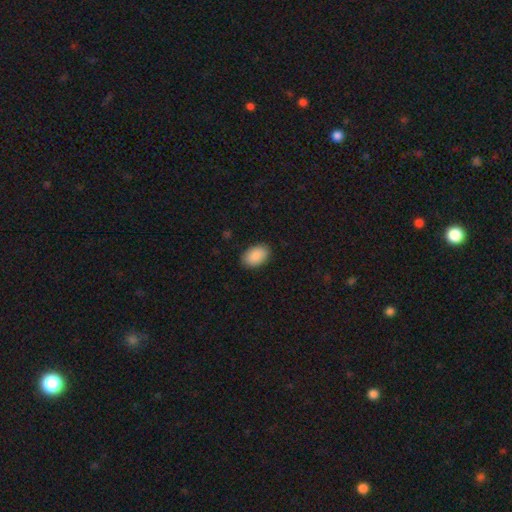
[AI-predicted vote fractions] This is clearly a smooth galaxy (90%). How rounded: clearly in between (91%). Merging: clearly none (88%).